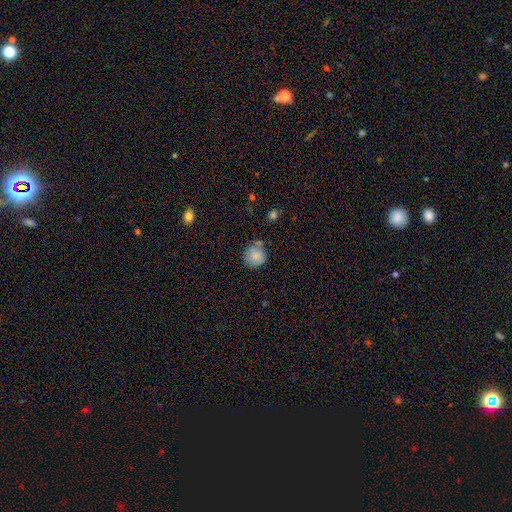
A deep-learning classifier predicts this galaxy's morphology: smooth 84%, star or artifact 8%, featured or disk 8%. Down the decision tree: how rounded — round (91%); merging — none (70%).